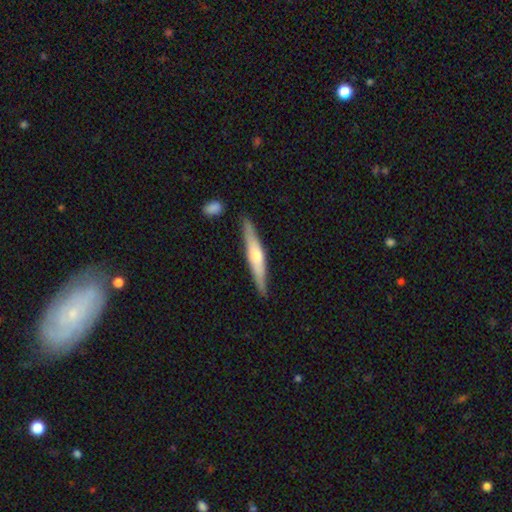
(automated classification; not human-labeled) Morphology: type=featured or disk (55%); edge-on=yes (94%); edge-on bulge=rounded (76%); merging=none (84%).